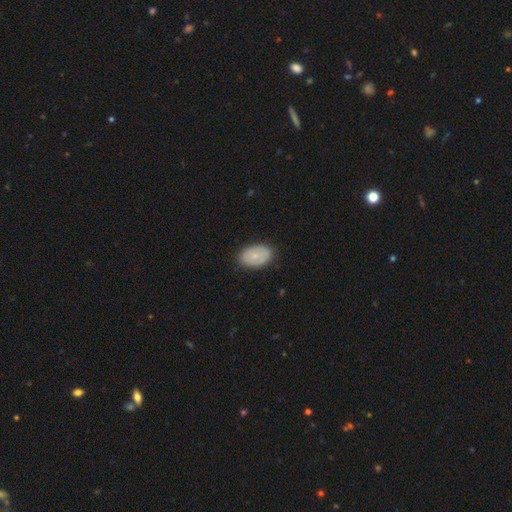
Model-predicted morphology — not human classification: smooth-or-featured: smooth: 71% | featured or disk: 22% | star or artifact: 6%
  how-rounded: in between: 88% | round: 11% | cigar-shaped: 1%
  merging: none: 85% | minor disturbance: 12% | major disturbance: 3% | merger: 1%